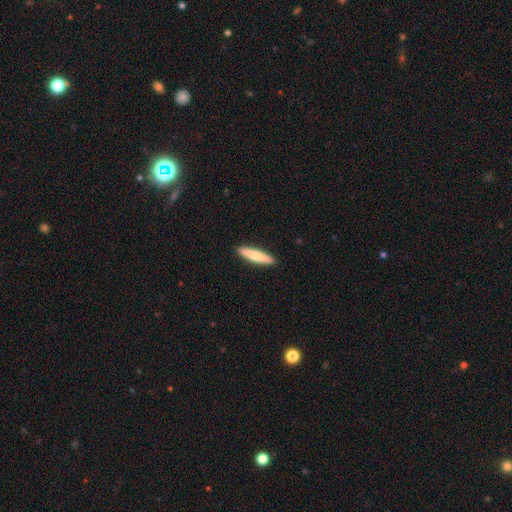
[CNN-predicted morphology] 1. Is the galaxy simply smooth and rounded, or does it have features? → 65% smooth, 30% featured or disk, 5% star or artifact.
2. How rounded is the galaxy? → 86% cigar-shaped, 13% in between, 1% round.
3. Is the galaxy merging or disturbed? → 91% none, 6% minor disturbance, 1% major disturbance, 1% merger.